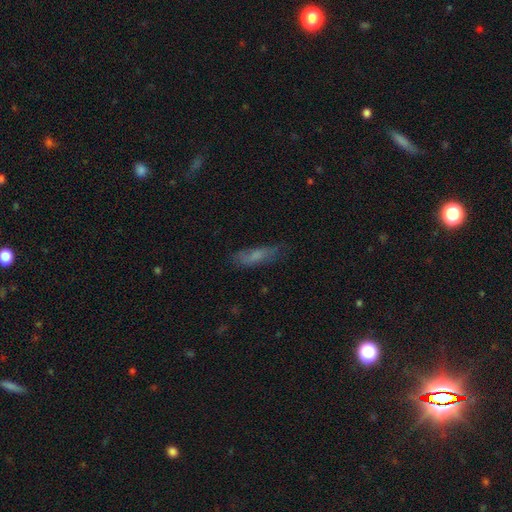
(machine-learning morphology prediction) Smooth or featured? smooth (61%)
How rounded? cigar-shaped (59%)
Merging? none (66%)